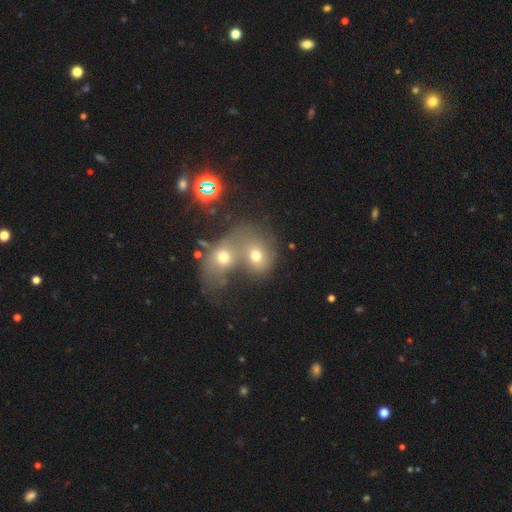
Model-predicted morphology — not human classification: smooth-or-featured: smooth: 64% | featured or disk: 20% | star or artifact: 16%
  how-rounded: round: 54% | in between: 45% | cigar-shaped: 1%
  merging: merger: 70% | none: 17% | major disturbance: 6% | minor disturbance: 6%